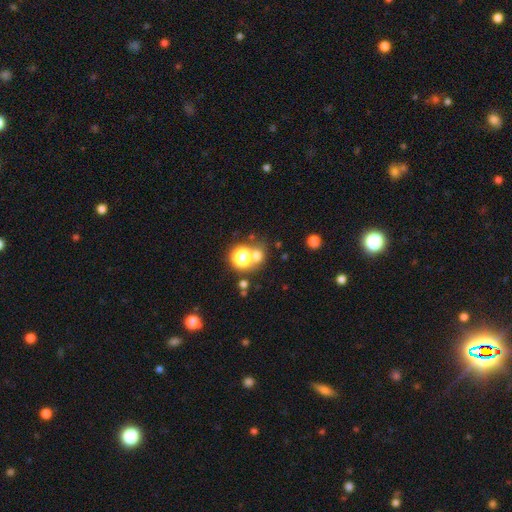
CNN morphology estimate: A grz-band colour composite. It shows a smooth galaxy with no disk features (62%) that is round (81%). Merging: none (59%).